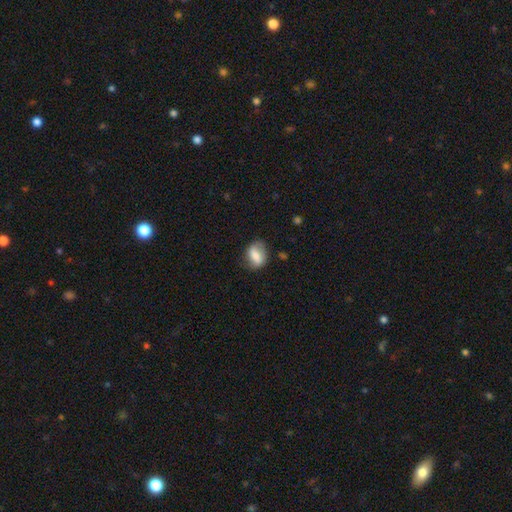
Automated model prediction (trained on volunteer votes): The model was most divided on "merging": none: 66%, minor disturbance: 23%, major disturbance: 8%, merger: 2%. More confident: how rounded — in between (73%); smooth or featured — smooth (68%).